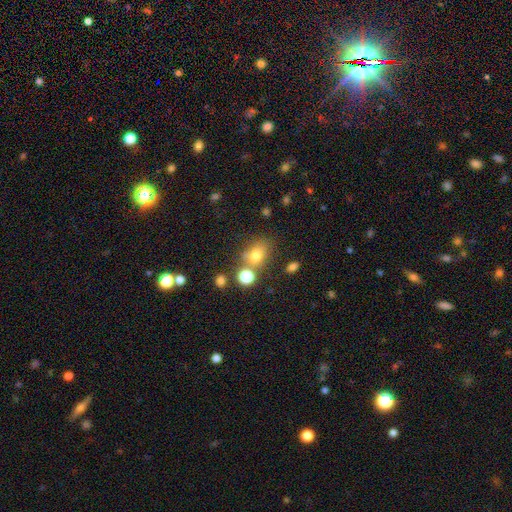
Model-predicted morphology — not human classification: Smooth or featured? Predicted: smooth (p=0.73). How rounded? Predicted: in between (p=0.60). Merging? Predicted: none (p=0.57).